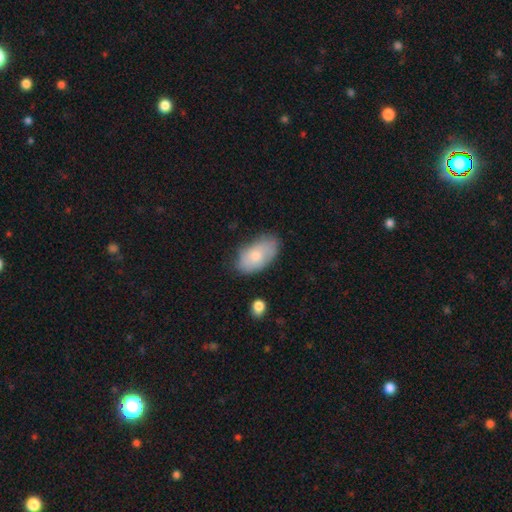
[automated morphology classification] type=smooth (70%); roundness=in between (94%); merging=none (69%).